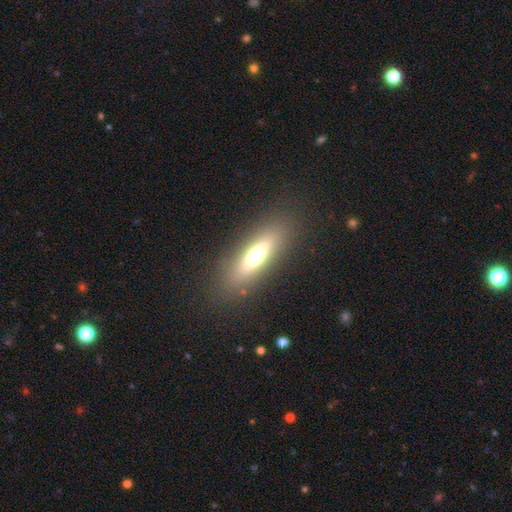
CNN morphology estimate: smooth 59%, featured or disk 32%, star or artifact 10%. Down the decision tree: how rounded — cigar-shaped (53%); merging — none (85%).